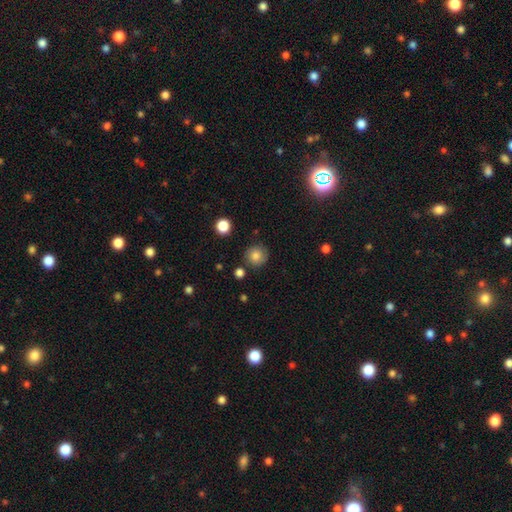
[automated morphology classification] smooth_or_featured: smooth (p=0.80) [alt: star or artifact p=0.11]
how_rounded: round (p=0.93) [alt: in between p=0.06]
merging: none (p=0.84) [alt: minor disturbance p=0.10]